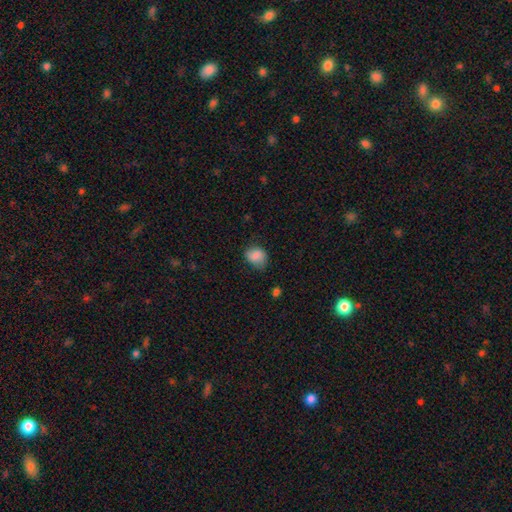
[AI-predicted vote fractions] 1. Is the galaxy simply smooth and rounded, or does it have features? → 84% smooth, 8% star or artifact, 7% featured or disk.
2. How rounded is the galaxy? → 52% round, 47% in between, 1% cigar-shaped.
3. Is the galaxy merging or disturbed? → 65% none, 27% minor disturbance, 6% major disturbance, 1% merger.